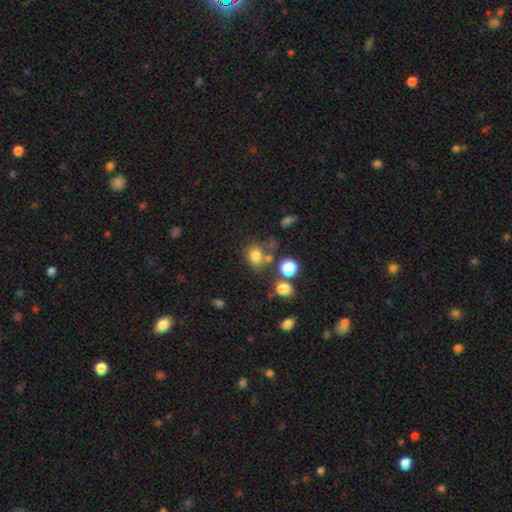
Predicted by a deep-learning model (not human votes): smooth-or-featured: smooth: 76% | star or artifact: 16% | featured or disk: 8%
  how-rounded: round: 58% | in between: 41% | cigar-shaped: 1%
  merging: none: 58% | merger: 18% | minor disturbance: 16% | major disturbance: 8%